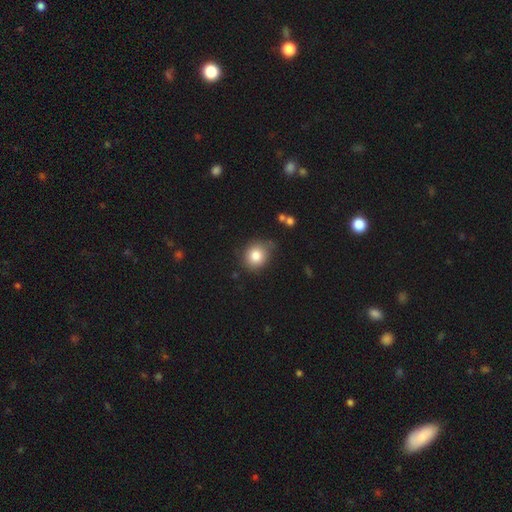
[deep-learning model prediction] A smooth galaxy with no disk features (82%) that is round (79%). Merging: none (76%).